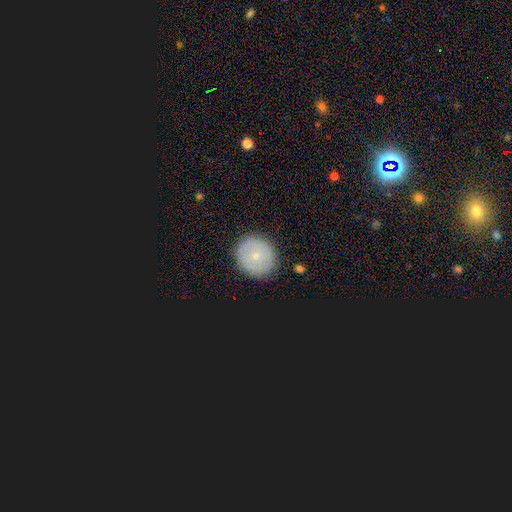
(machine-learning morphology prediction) This appears to be a smooth galaxy with no disk features (66%) that is round (88%). Merging: none (88%).